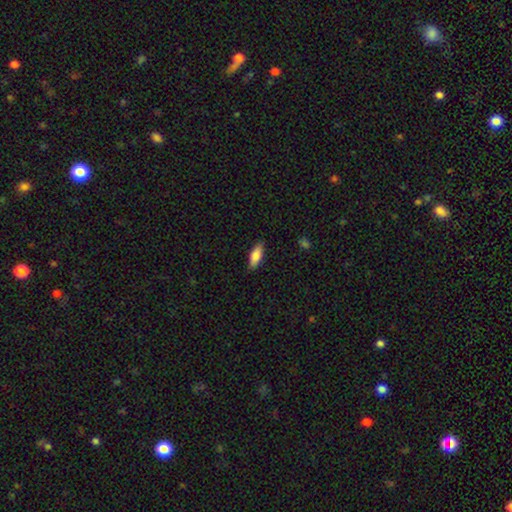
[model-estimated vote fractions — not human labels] Q: Smooth or featured?
A: smooth (79%); runner-up: featured or disk (15%)
Q: How rounded?
A: in between (72%); runner-up: cigar-shaped (25%)
Q: Merging?
A: none (85%); runner-up: minor disturbance (12%)